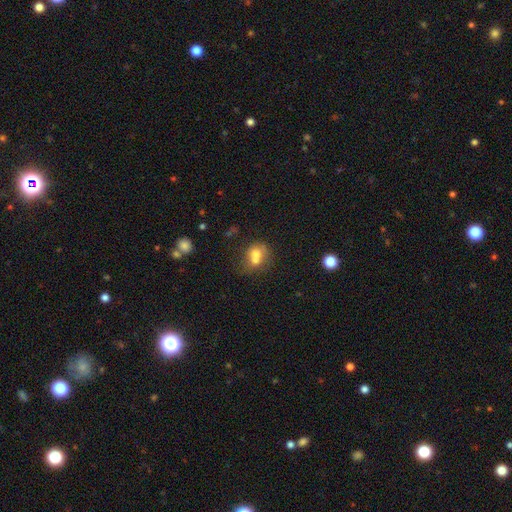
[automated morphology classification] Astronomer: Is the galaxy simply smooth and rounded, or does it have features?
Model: smooth — 66%.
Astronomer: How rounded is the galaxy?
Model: round — 63%.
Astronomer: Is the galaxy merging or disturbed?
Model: merger — 59%.